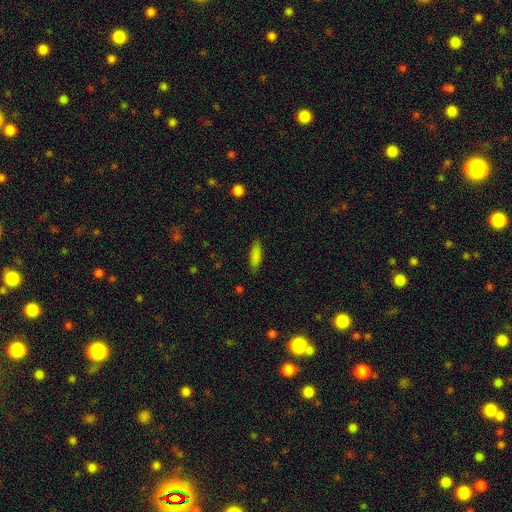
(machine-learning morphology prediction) This appears to be a smooth galaxy with no disk features (85%) that is in between round and cigar-shaped (52%). Merging: none (84%).